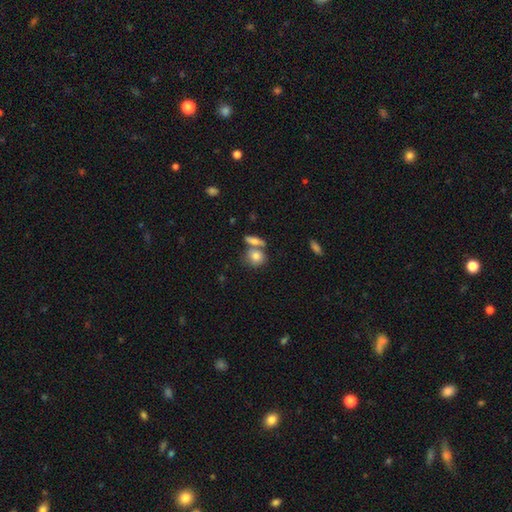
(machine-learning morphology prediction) This is likely a smooth galaxy (80%). How rounded: likely round (65%). Merging: possibly none (50%).